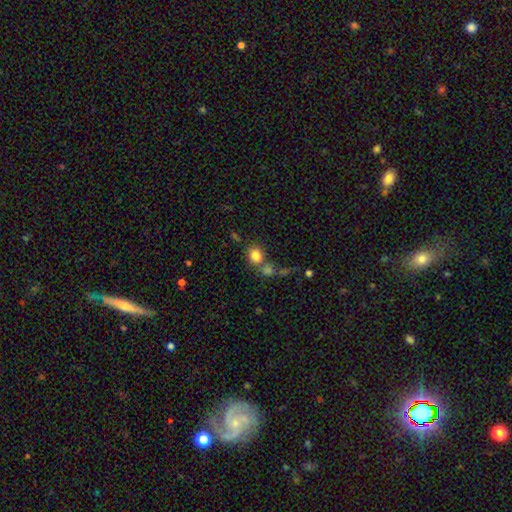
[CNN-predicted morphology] smooth 81%, star or artifact 11%, featured or disk 8%. Down the decision tree: how rounded — round (67%); merging — none (52%).